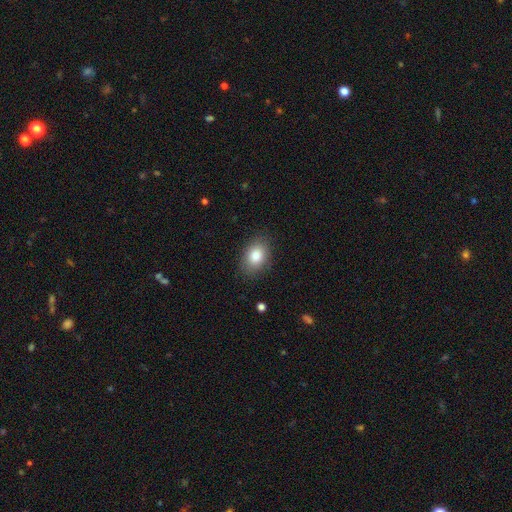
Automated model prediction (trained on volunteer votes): Smooth or featured? smooth (83%)
How rounded? in between (78%)
Merging? none (85%)